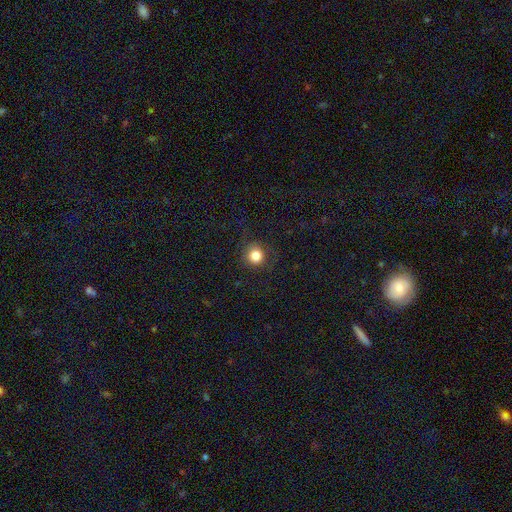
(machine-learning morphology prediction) Overall: smooth (83%). How rounded: round (93%). Merging: none (85%).